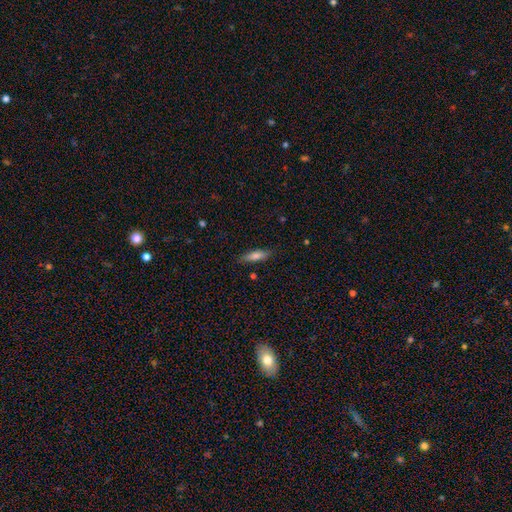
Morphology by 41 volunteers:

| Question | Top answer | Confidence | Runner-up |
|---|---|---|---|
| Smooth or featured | smooth | 73% | featured or disk (20%) |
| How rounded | cigar-shaped | 67% | in between (33%) |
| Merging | none | 97% | major disturbance (3%) |